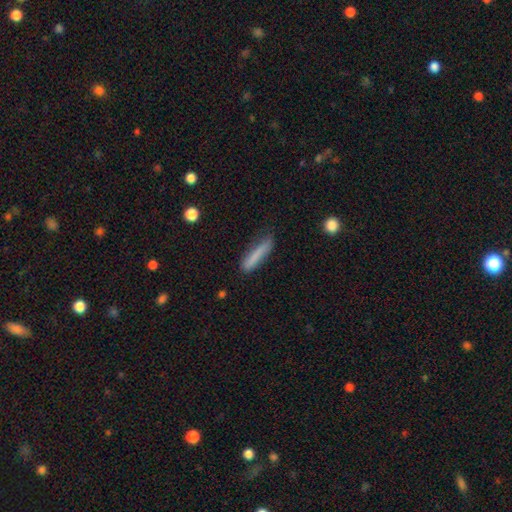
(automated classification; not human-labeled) smooth-or-featured: smooth: 80% | featured or disk: 13% | star or artifact: 7%
  how-rounded: cigar-shaped: 89% | in between: 10% | round: 2%
  merging: none: 76% | minor disturbance: 18% | major disturbance: 4% | merger: 2%